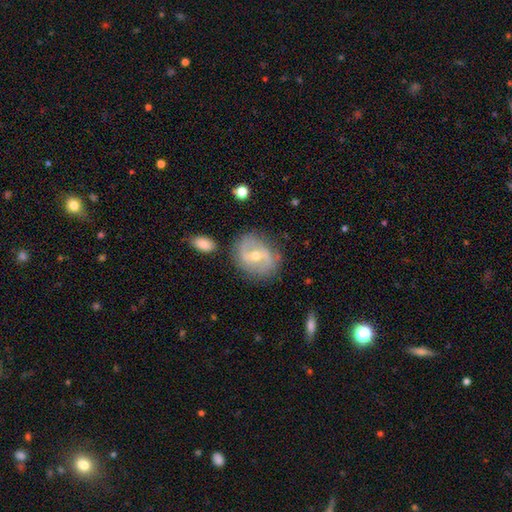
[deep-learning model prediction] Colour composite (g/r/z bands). It shows a featured or disk galaxy (72%) with a weak bar (45%), 2 (84%) medium (41%) spiral arms (79%) and a moderate central bulge (58%). Merging: none (77%).